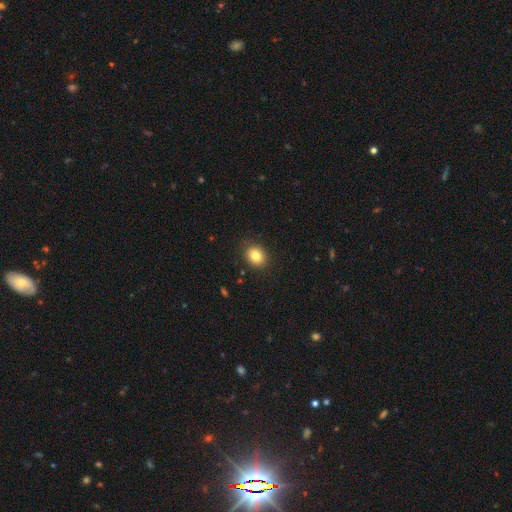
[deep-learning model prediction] Overall: smooth (83%). How rounded: round (55%; in between 44%). Merging: none (89%).